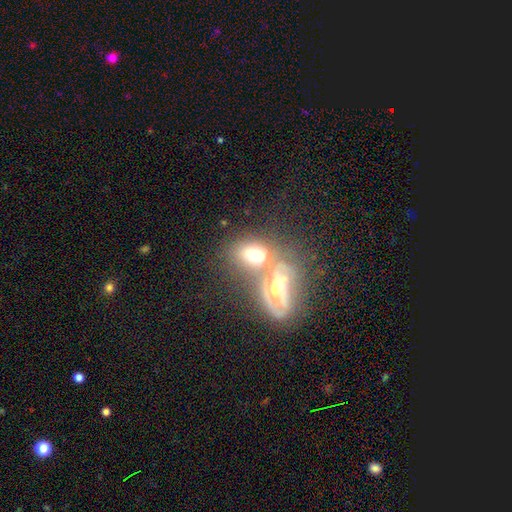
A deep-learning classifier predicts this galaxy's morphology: Smooth or featured?
  - smooth: 56% *
  - featured or disk: 33%
  - star or artifact: 11%
How rounded?
  - in between: 77% *
  - round: 21%
  - cigar-shaped: 2%
Merging?
  - merger: 56% *
  - none: 25%
  - minor disturbance: 11%
  - major disturbance: 9%